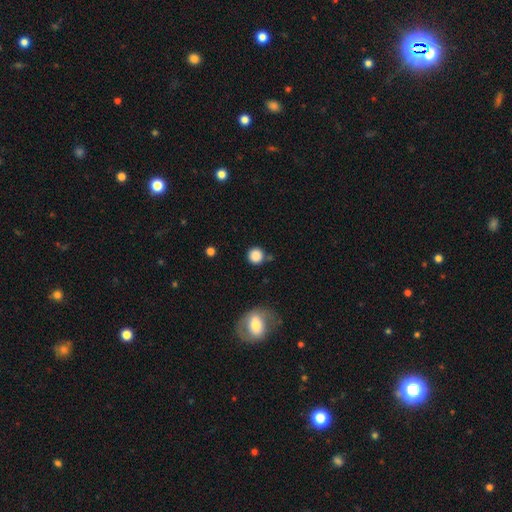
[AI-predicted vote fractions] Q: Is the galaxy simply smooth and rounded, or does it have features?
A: smooth — 86%.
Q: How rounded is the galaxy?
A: round — 93%.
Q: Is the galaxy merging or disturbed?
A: none — 81%.